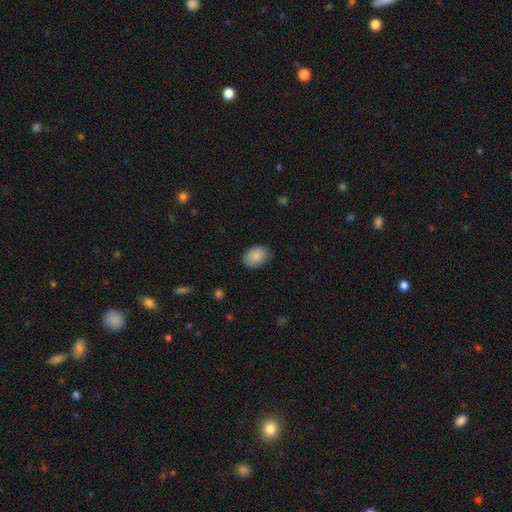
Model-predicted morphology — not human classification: Overall: smooth (87%). How rounded: in between (85%). Merging: none (79%).